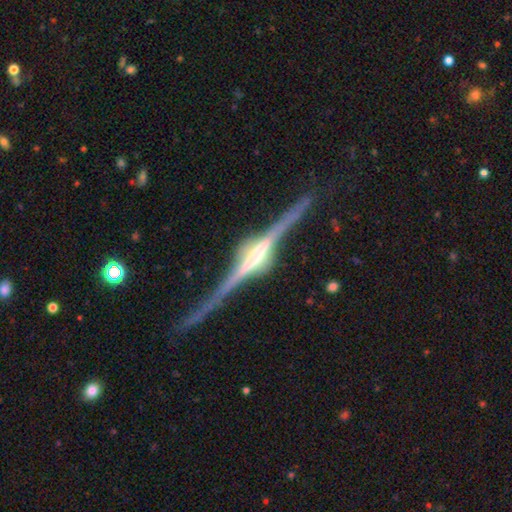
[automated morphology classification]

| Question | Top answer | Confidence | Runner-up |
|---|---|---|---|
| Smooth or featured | featured or disk | 89% | smooth (6%) |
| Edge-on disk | yes | 97% | no (3%) |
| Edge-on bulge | rounded | 52% | boxy (36%) |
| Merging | none | 77% | minor disturbance (15%) |